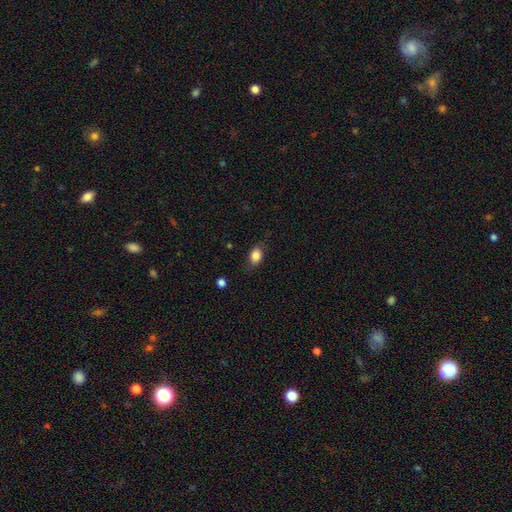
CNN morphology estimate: smooth_or_featured: smooth (p=0.83) [alt: star or artifact p=0.09]
how_rounded: in between (p=0.75) [alt: round p=0.23]
merging: none (p=0.74) [alt: minor disturbance p=0.19]